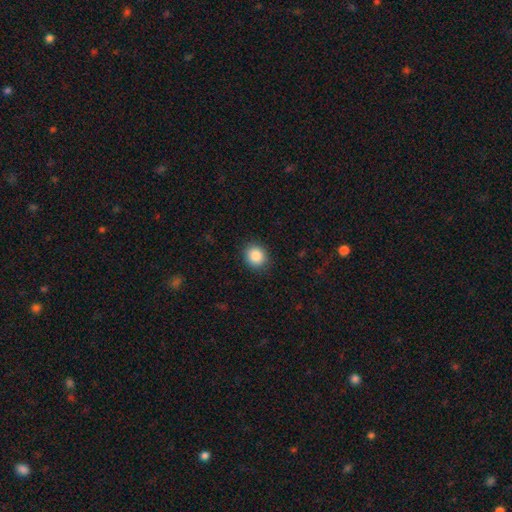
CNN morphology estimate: Q: Smooth or featured?
A: smooth (87%); runner-up: star or artifact (9%)
Q: How rounded?
A: round (80%); runner-up: in between (19%)
Q: Merging?
A: none (89%); runner-up: minor disturbance (7%)